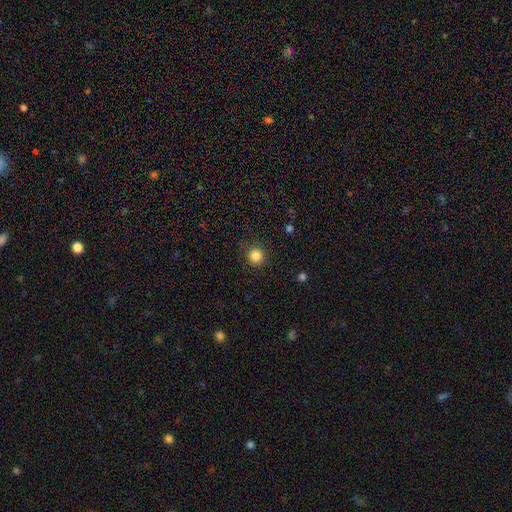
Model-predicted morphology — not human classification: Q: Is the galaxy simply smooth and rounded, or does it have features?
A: smooth — 85%.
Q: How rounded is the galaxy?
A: round — 94%.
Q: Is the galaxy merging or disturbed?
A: none — 89%.